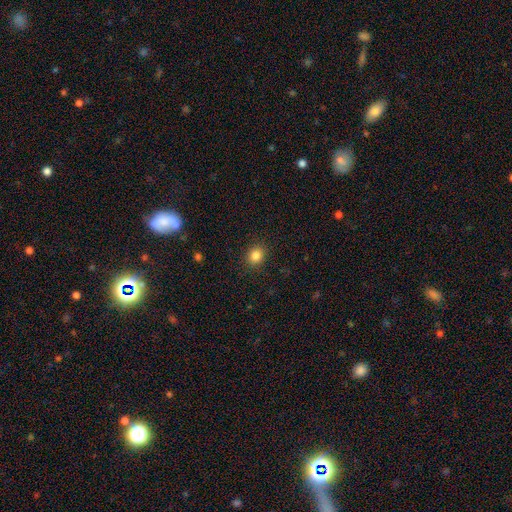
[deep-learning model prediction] This appears to be a smooth galaxy with no disk features (84%) that is round (73%). Merging: none (90%).